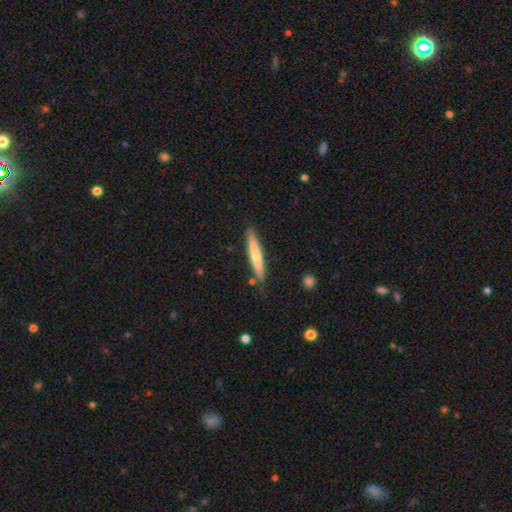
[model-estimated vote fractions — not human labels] smooth_or_featured: smooth (p=0.61) [alt: featured or disk p=0.33]
how_rounded: cigar-shaped (p=0.94) [alt: in between p=0.05]
merging: none (p=0.85) [alt: minor disturbance p=0.11]